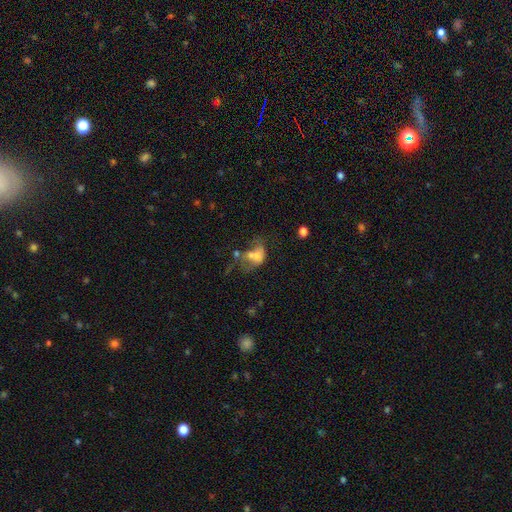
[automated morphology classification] type=smooth (50%); roundness=in between (72%); merging=merger (43%).